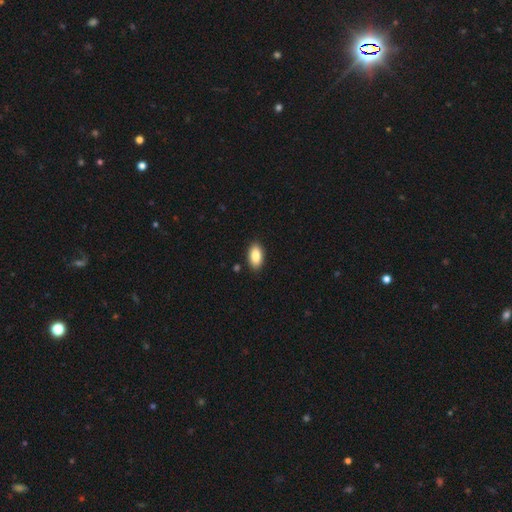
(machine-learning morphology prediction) Smooth or featured: smooth — 85% (featured or disk — 8%)
How rounded: in between — 93% (round — 4%)
Merging: none — 89% (minor disturbance — 8%)